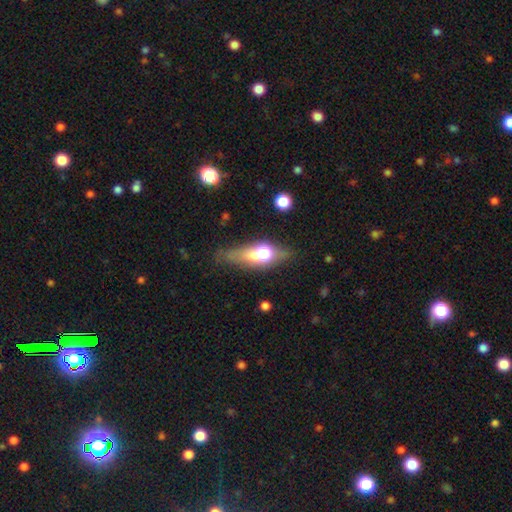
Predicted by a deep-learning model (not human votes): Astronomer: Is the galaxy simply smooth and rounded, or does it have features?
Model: smooth — 48% (runner-up: featured or disk, 38%).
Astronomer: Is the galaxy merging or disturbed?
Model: none — 61%.